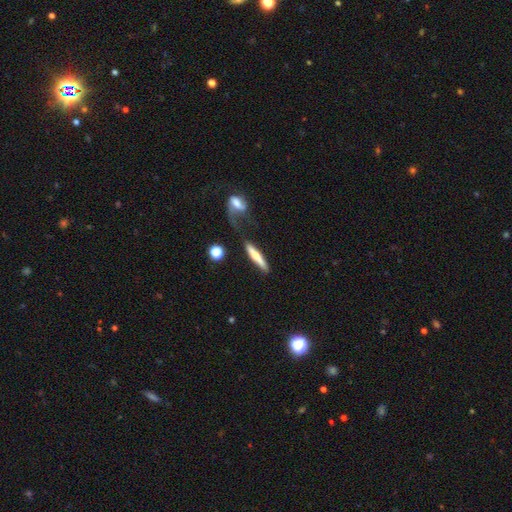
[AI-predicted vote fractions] A smooth galaxy with no disk features (49%). Merging: none (63%).